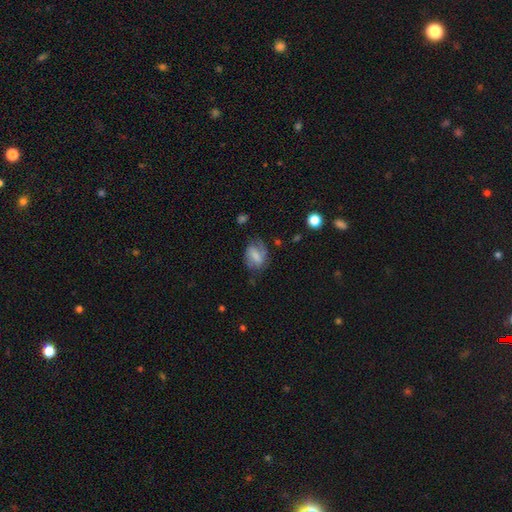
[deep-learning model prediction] A smooth galaxy with no disk features (55%) that is in between round and cigar-shaped (74%).

Vote fractions:
- Smooth or featured? smooth: 55% / featured or disk: 36% / star or artifact: 9%
- How rounded? in between: 74% / round: 23% / cigar-shaped: 4%
- Merging? none: 52% / minor disturbance: 28% / major disturbance: 17% / merger: 3%